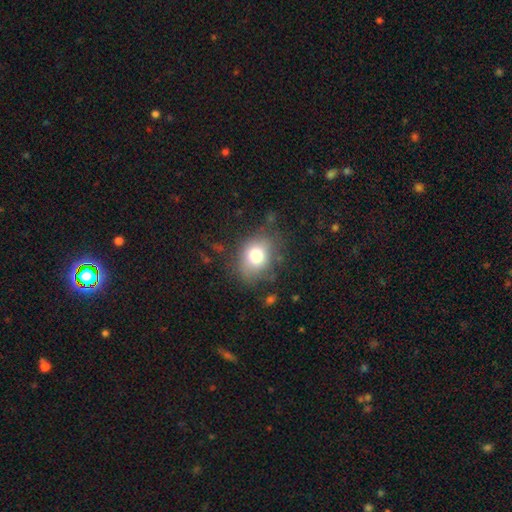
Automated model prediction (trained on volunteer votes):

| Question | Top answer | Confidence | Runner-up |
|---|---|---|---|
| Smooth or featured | smooth | 77% | featured or disk (13%) |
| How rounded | in between | 50% | round (49%) |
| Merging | none | 69% | minor disturbance (20%) |